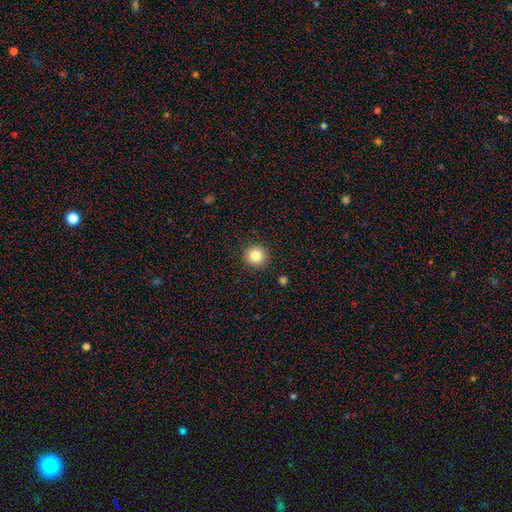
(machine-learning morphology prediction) Smooth or featured? smooth (83%)
How rounded? round (95%)
Merging? none (92%)